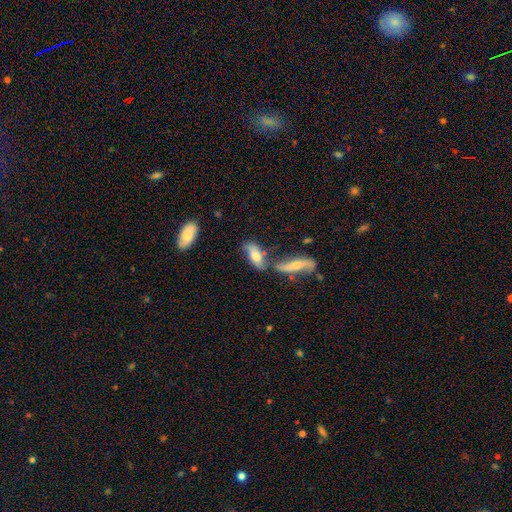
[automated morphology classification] Q: Smooth or featured?
A: smooth (60%); runner-up: featured or disk (32%)
Q: How rounded?
A: in between (75%); runner-up: cigar-shaped (22%)
Q: Merging?
A: none (42%); runner-up: merger (34%)